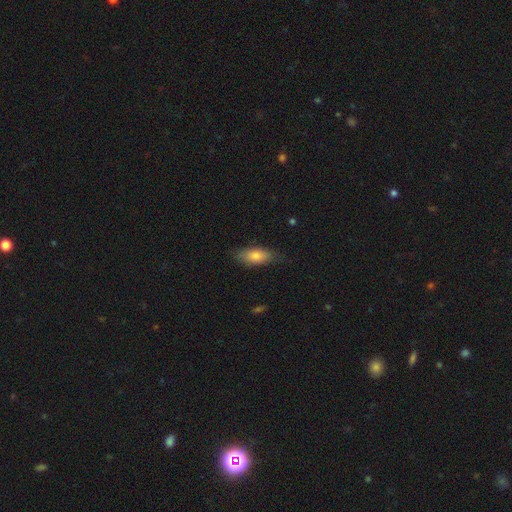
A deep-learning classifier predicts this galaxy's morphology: The model was most divided on "merging": none: 77%, minor disturbance: 19%, major disturbance: 4%, merger: 1%. More confident: how rounded — in between (80%); smooth or featured — smooth (78%).